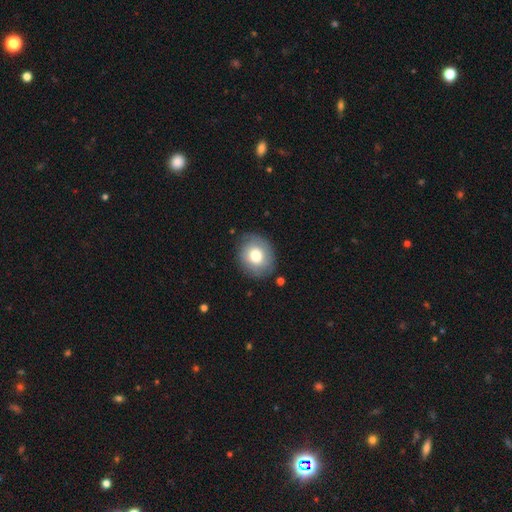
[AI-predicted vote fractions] smooth 74%, featured or disk 18%, star or artifact 8%. Down the decision tree: how rounded — round (68%); merging — none (82%).